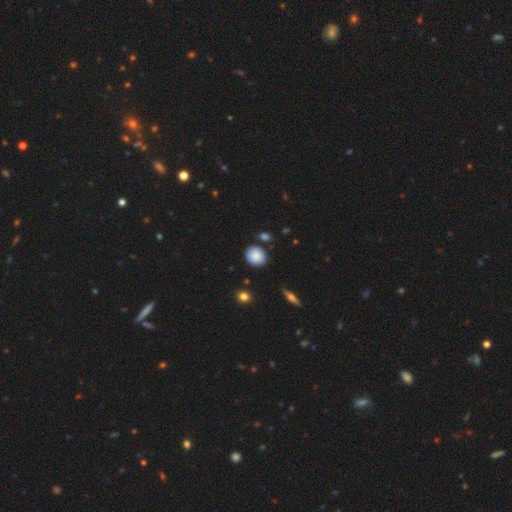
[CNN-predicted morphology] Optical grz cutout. It shows a smooth galaxy with no disk features (85%) that is round (78%). Merging: none (82%).